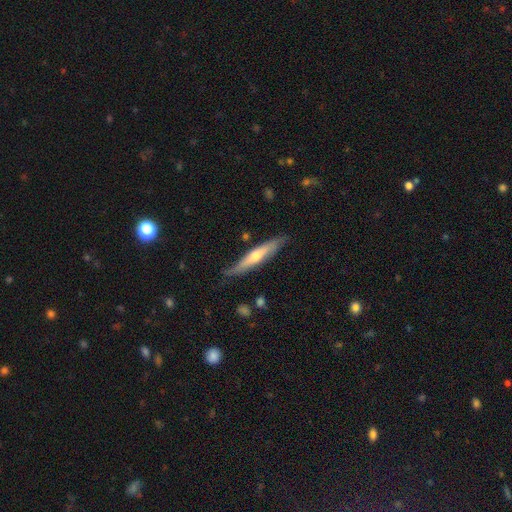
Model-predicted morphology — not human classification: Smooth or featured: featured or disk — 55% (smooth — 39%)
Edge-on disk: yes — 88% (no — 12%)
Merging: none — 76% (minor disturbance — 18%)